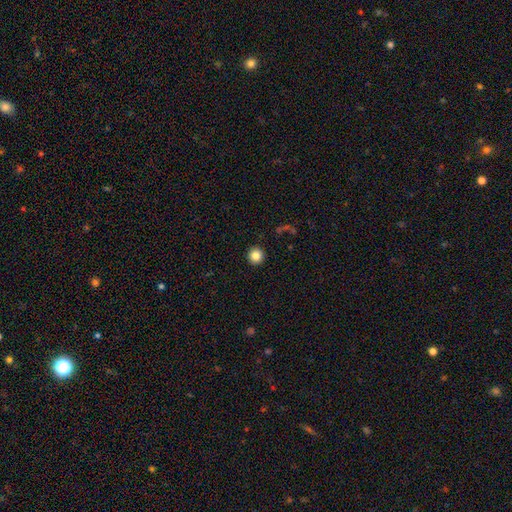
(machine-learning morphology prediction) This appears to be a smooth galaxy with no disk features (85%) that is round (95%). Merging: none (93%).